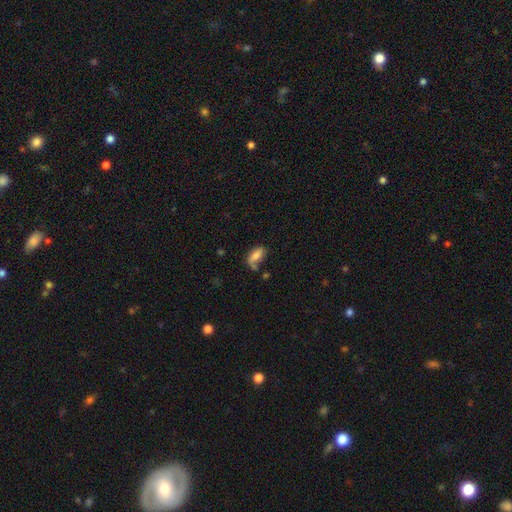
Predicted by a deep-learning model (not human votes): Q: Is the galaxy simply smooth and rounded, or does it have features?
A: smooth — 72%.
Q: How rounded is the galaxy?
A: in between — 86%.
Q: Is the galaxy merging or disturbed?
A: none — 48%.